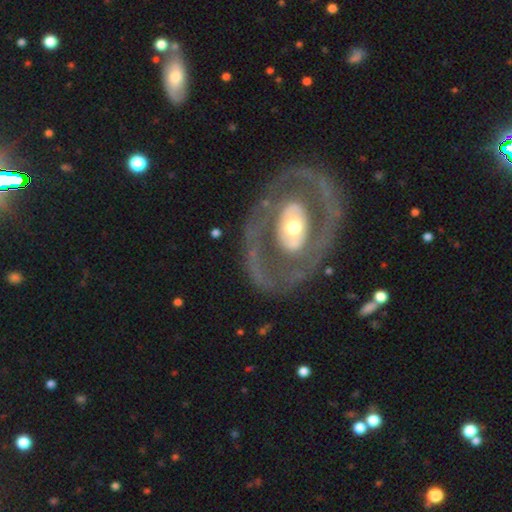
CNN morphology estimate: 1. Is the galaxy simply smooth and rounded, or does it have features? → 78% featured or disk, 17% smooth, 5% star or artifact.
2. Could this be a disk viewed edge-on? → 94% no, 6% yes.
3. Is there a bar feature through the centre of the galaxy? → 63% no, 20% weak, 16% strong.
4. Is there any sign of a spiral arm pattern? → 59% no, 41% yes.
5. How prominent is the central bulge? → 58% moderate, 23% small, 15% large, 2% dominant, 1% none.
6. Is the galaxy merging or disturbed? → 78% none, 12% minor disturbance, 8% major disturbance, 2% merger.